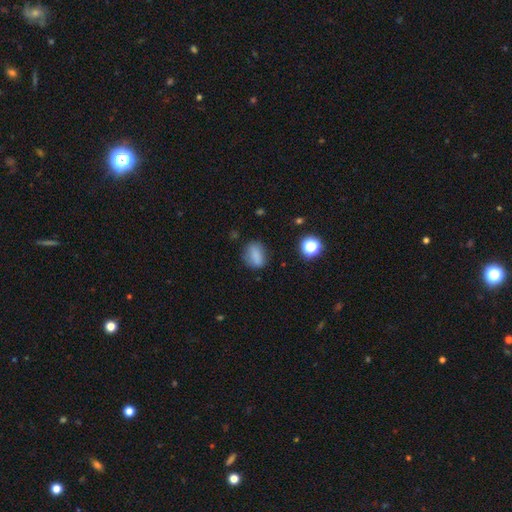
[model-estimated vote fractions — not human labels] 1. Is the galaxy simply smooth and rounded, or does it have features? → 79% smooth, 12% star or artifact, 9% featured or disk.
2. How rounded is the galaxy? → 67% in between, 29% round, 4% cigar-shaped.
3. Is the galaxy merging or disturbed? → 73% none, 19% minor disturbance, 6% major disturbance, 2% merger.